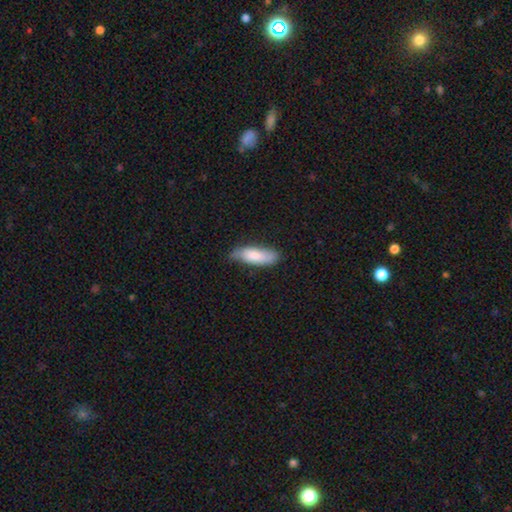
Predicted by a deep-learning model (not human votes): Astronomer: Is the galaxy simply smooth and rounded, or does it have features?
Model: smooth — 78%.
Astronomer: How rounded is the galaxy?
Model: in between — 66%.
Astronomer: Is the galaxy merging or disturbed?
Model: none — 66%.